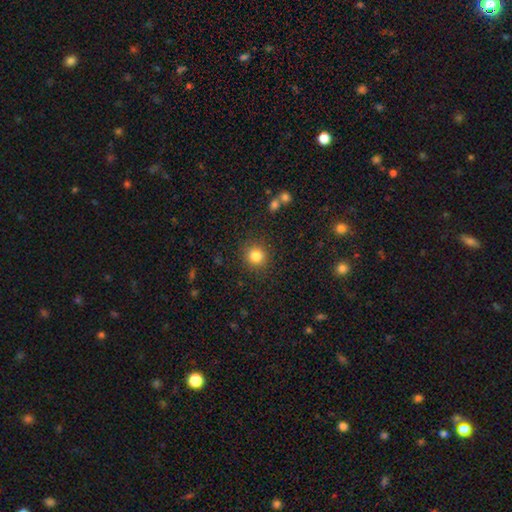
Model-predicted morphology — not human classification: smooth 83%, star or artifact 11%, featured or disk 6%. Down the decision tree: how rounded — round (90%); merging — none (88%).